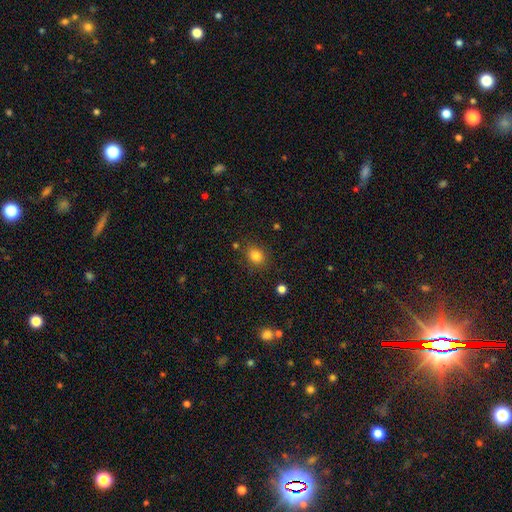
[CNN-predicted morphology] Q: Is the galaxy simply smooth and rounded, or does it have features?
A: smooth — 82%.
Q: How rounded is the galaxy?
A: round — 59%.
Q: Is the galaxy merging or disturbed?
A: none — 83%.